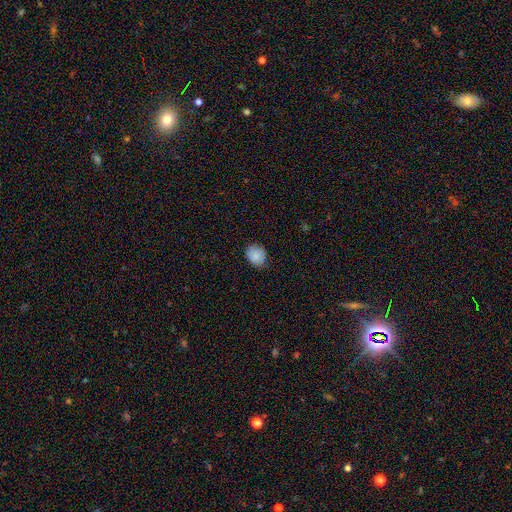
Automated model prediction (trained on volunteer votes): Smooth or featured: smooth — 86% (star or artifact — 8%)
How rounded: round — 59% (in between — 40%)
Merging: none — 80% (minor disturbance — 17%)